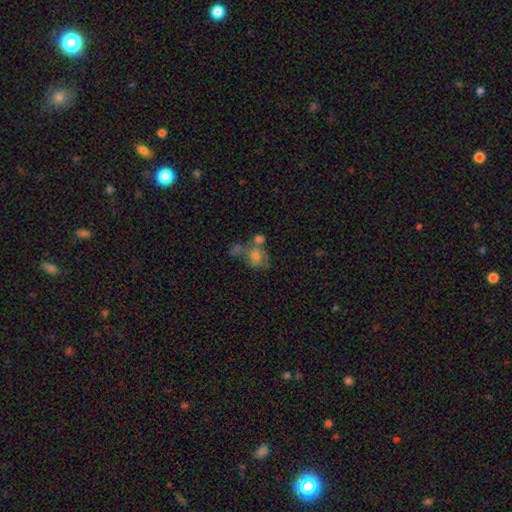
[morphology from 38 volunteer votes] smooth-or-featured: smooth: 53% | featured or disk: 39% | star or artifact: 8%
  how-rounded: round: 85% | in between: 15% | cigar-shaped: 0%
  merging: none: 34% (tied) | merger: 34% (tied) | minor disturbance: 23% | major disturbance: 9%